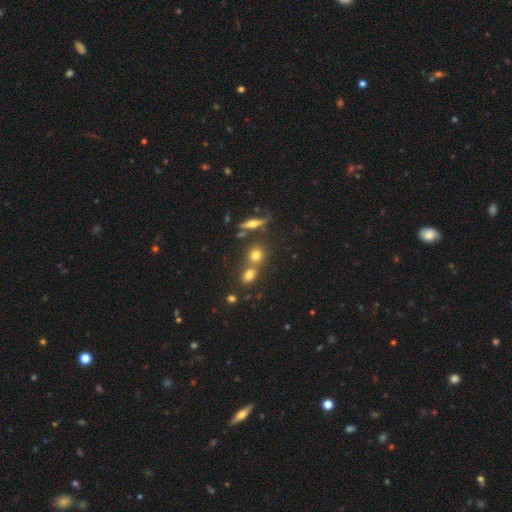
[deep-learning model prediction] smooth-or-featured: smooth: 64% | featured or disk: 18% | star or artifact: 18%
  how-rounded: round: 66% | in between: 29% | cigar-shaped: 5%
  merging: none: 53% | merger: 35% | minor disturbance: 9% | major disturbance: 4%